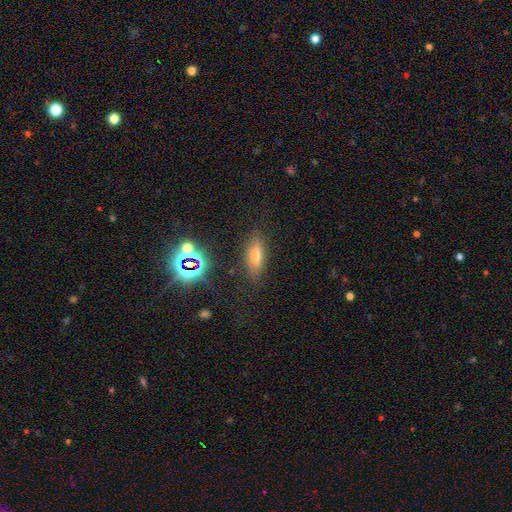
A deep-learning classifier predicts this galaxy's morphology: Smooth or featured: smooth — 58% (star or artifact — 23%)
How rounded: in between — 60% (cigar-shaped — 35%)
Merging: none — 80% (minor disturbance — 13%)